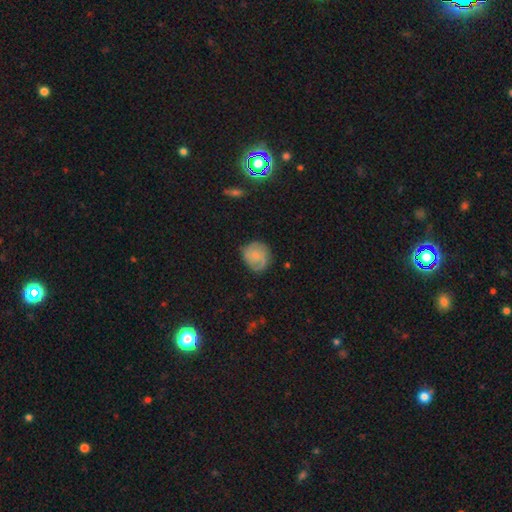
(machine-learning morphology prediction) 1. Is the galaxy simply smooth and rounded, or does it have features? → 47% featured or disk, 46% smooth, 7% star or artifact.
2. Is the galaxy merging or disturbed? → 74% none, 19% minor disturbance, 6% major disturbance, 1% merger.